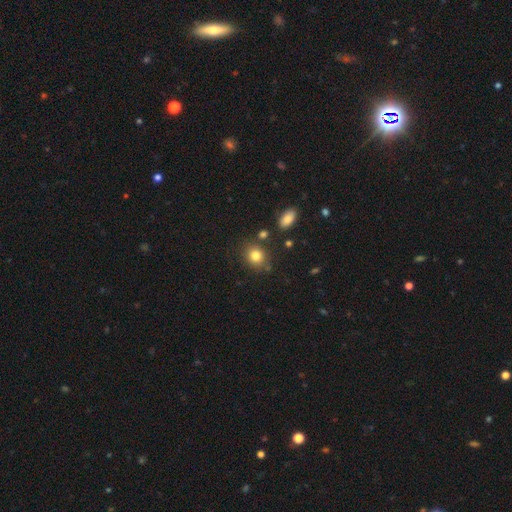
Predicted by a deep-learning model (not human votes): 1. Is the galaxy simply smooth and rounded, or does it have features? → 82% smooth, 11% star or artifact, 7% featured or disk.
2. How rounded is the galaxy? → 67% round, 32% in between, 1% cigar-shaped.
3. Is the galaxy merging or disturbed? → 78% none, 11% minor disturbance, 7% merger, 4% major disturbance.